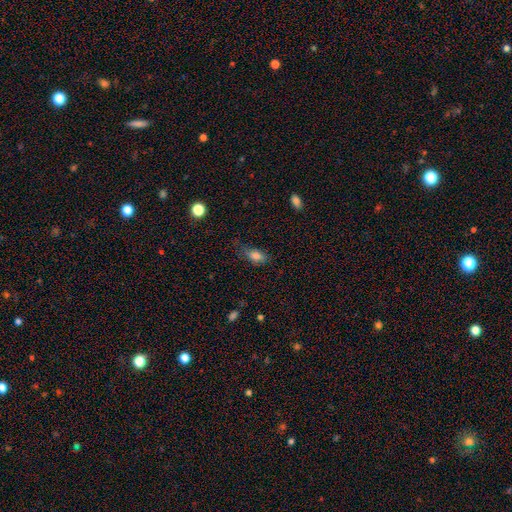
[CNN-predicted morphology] A smooth galaxy with no disk features (80%) that is in between round and cigar-shaped (83%).

Vote fractions:
- Smooth or featured? smooth: 80% / featured or disk: 10% / star or artifact: 10%
- How rounded? in between: 83% / cigar-shaped: 9% / round: 7%
- Merging? none: 63% / minor disturbance: 27% / major disturbance: 8% / merger: 2%